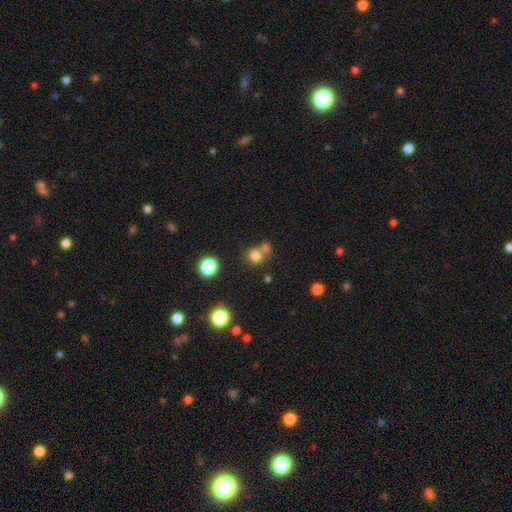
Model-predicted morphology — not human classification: This is likely a smooth galaxy (76%). How rounded: clearly round (86%). Merging: possibly none (55%).